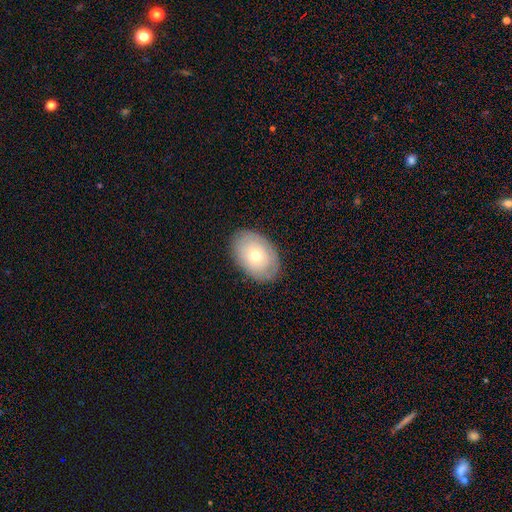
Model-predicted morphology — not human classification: Smooth or featured? smooth (56%)
How rounded? in between (81%)
Merging? none (85%)